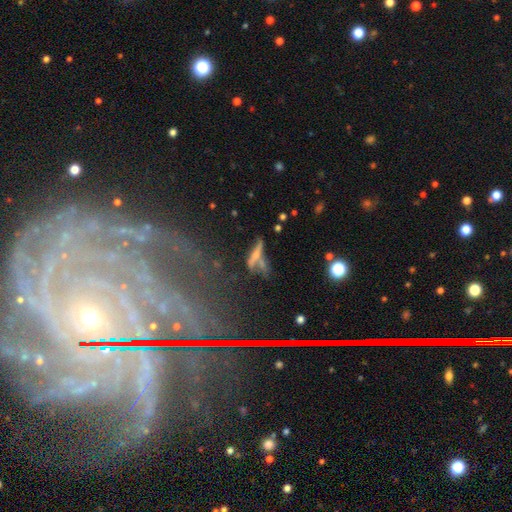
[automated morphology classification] This is possibly a featured or disk galaxy (45%). Merging: marginally none (36%).